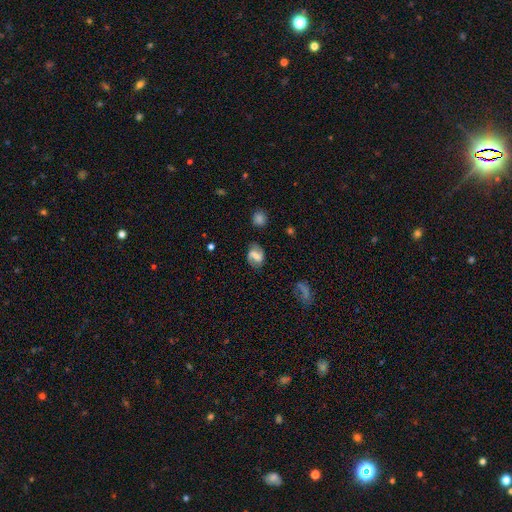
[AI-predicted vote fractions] A featured or disk galaxy (65%) with a weak bar (42%), 2 (89%) medium (42%) spiral arms (88%) and a moderate central bulge (36%).

Vote fractions:
- Smooth or featured? featured or disk: 65% / smooth: 26% / star or artifact: 9%
- Edge-on disk? no: 96% / yes: 4%
- Bar? weak: 42% / strong: 41% / no: 17%
- Spiral arms? yes: 88% / no: 12%
- Spiral winding? medium: 42% / loose: 41% / tight: 18%
- Spiral arm count? 2: 89% / can't tell: 5% / 1: 3% / 3: 1% / 4: 1% / more than 4: 1%
- Bulge size? moderate: 36% / small: 33% / none: 21% / large: 8% / dominant: 2%
- Merging? none: 77% / minor disturbance: 15% / major disturbance: 5% / merger: 2%